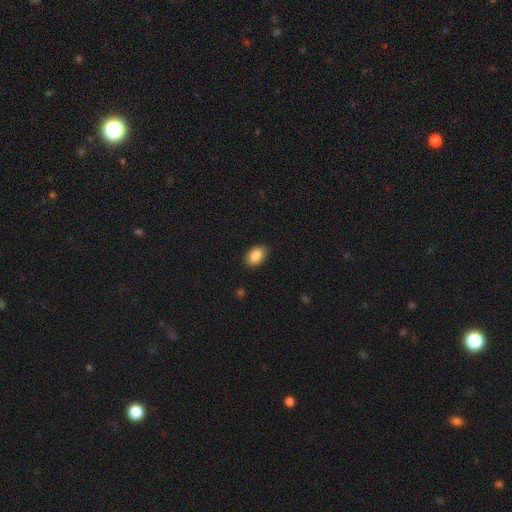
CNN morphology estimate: smooth 88%, star or artifact 7%, featured or disk 5%. Down the decision tree: how rounded — in between (88%); merging — none (87%).